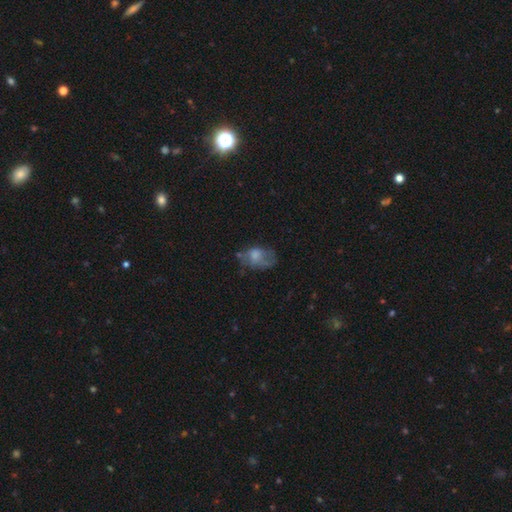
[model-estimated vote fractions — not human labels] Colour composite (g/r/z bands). It shows a smooth galaxy with no disk features (56%) that is in between round and cigar-shaped (82%). Merging: none (36%).